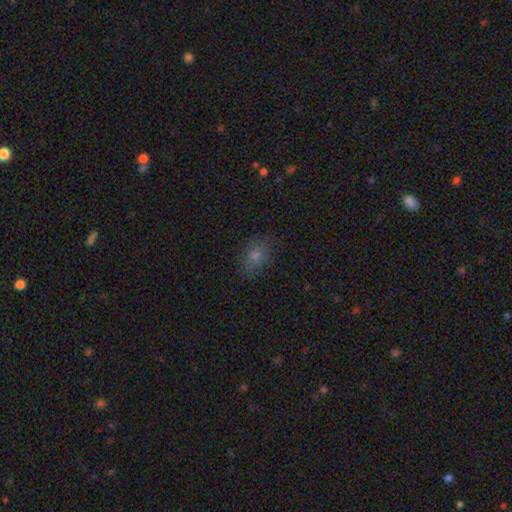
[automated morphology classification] This is likely a smooth galaxy (75%). How rounded: likely in between (74%). Merging: likely none (77%).